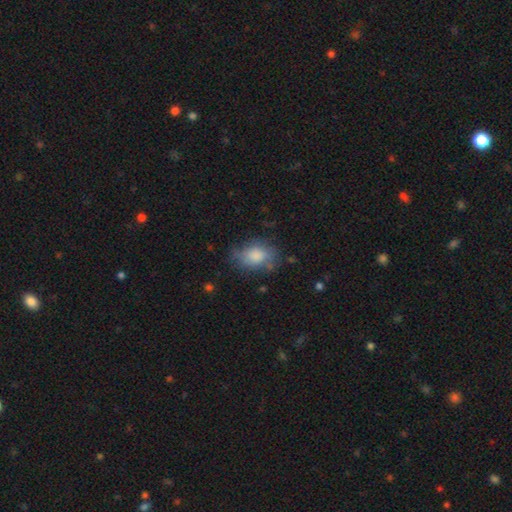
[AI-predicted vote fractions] A smooth galaxy with no disk features (75%) that is in between round and cigar-shaped (76%).

Vote fractions:
- Smooth or featured? smooth: 75% / featured or disk: 17% / star or artifact: 9%
- How rounded? in between: 76% / round: 23% / cigar-shaped: 2%
- Merging? none: 58% / minor disturbance: 28% / major disturbance: 13% / merger: 2%